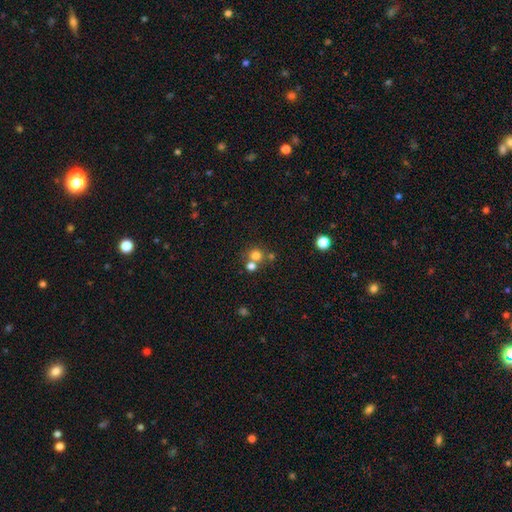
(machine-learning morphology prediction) This is likely a smooth galaxy (73%). How rounded: clearly round (88%). Merging: possibly none (52%).